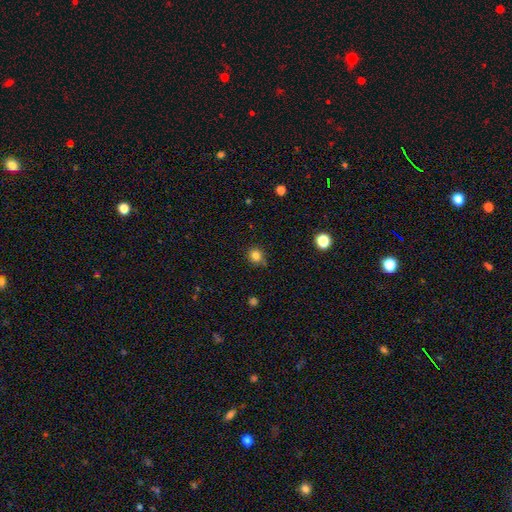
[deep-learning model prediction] smooth-or-featured: smooth: 82% | star or artifact: 13% | featured or disk: 5%
  how-rounded: round: 84% | in between: 15% | cigar-shaped: 1%
  merging: none: 77% | minor disturbance: 17% | major disturbance: 3% | merger: 3%